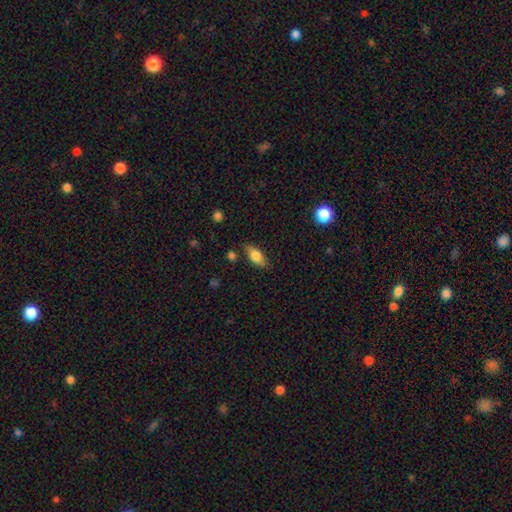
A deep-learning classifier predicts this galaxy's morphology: The model was most divided on "merging": none: 72%, minor disturbance: 20%, major disturbance: 5%, merger: 3%. More confident: how rounded — in between (83%); smooth or featured — smooth (74%).